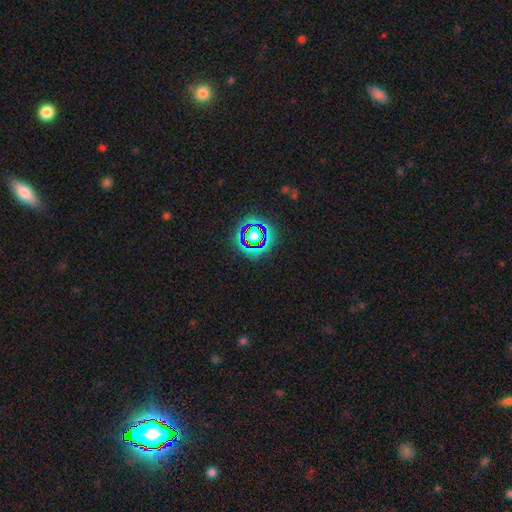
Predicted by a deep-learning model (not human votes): smooth_or_featured: star or artifact (p=0.59) [alt: smooth p=0.24]